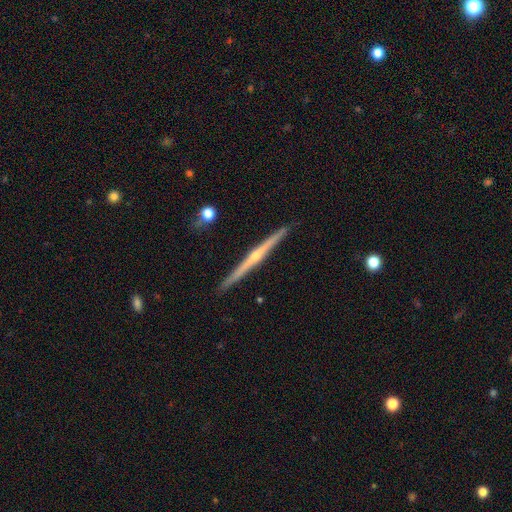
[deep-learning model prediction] This appears to be a featured or disk galaxy (82%) viewed edge-on (99%) with a rounded central bulge (78%). Merging: none (92%).